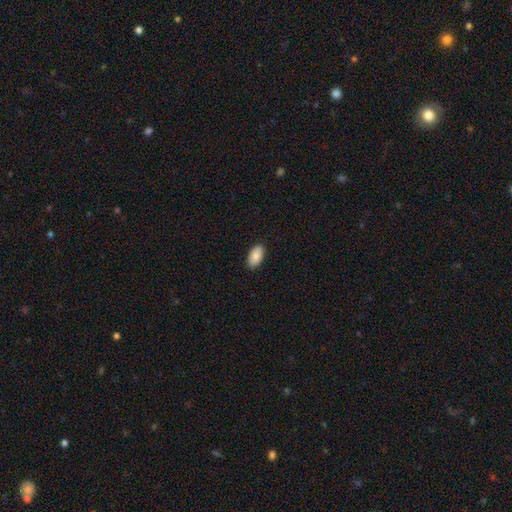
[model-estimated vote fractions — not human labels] This is clearly a smooth galaxy (86%). How rounded: clearly in between (95%). Merging: clearly none (89%).